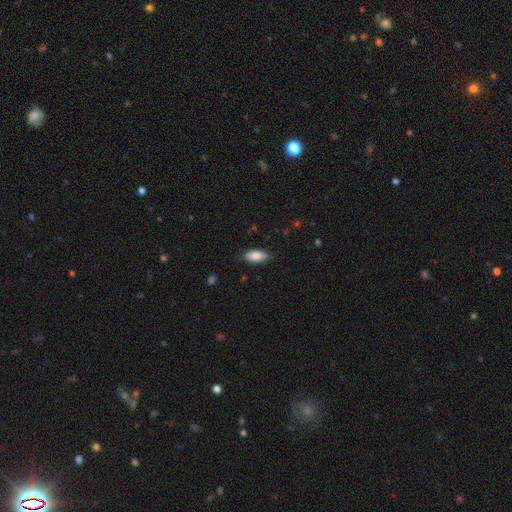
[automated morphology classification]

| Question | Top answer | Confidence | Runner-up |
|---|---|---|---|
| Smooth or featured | smooth | 83% | featured or disk (11%) |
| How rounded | in between | 80% | cigar-shaped (18%) |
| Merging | none | 84% | minor disturbance (13%) |